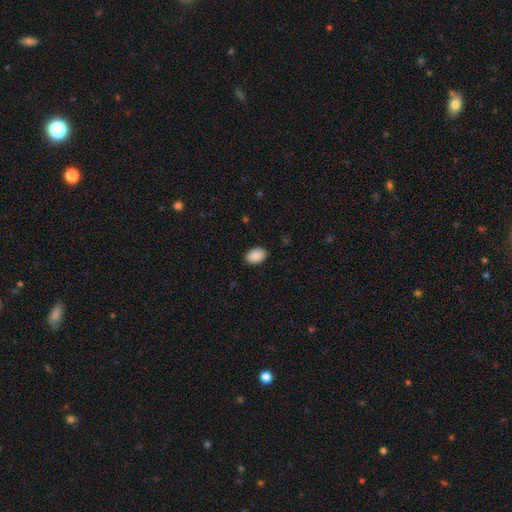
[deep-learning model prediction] smooth-or-featured: smooth: 90% | star or artifact: 7% | featured or disk: 3%
  how-rounded: in between: 89% | round: 10% | cigar-shaped: 1%
  merging: none: 88% | minor disturbance: 9% | major disturbance: 2% | merger: 1%